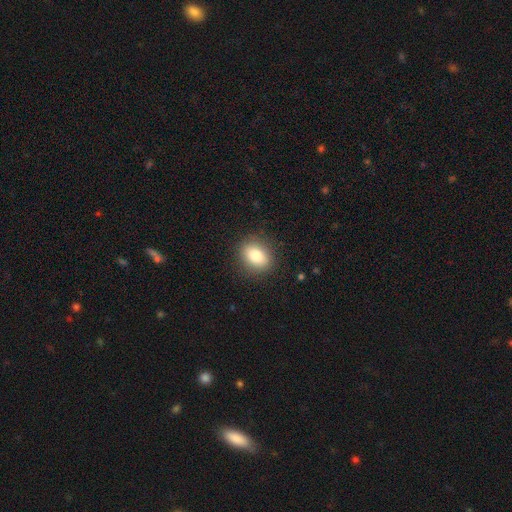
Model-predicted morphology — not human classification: smooth-or-featured: smooth: 81% | featured or disk: 10% | star or artifact: 9%
  how-rounded: in between: 56% | round: 42% | cigar-shaped: 1%
  merging: none: 87% | minor disturbance: 9% | major disturbance: 3% | merger: 1%